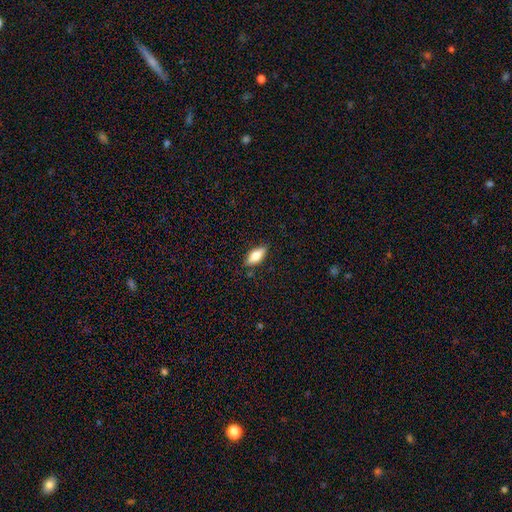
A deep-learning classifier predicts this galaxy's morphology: Smooth or featured: smooth — 75% (featured or disk — 18%)
How rounded: in between — 82% (cigar-shaped — 15%)
Merging: none — 84% (minor disturbance — 12%)